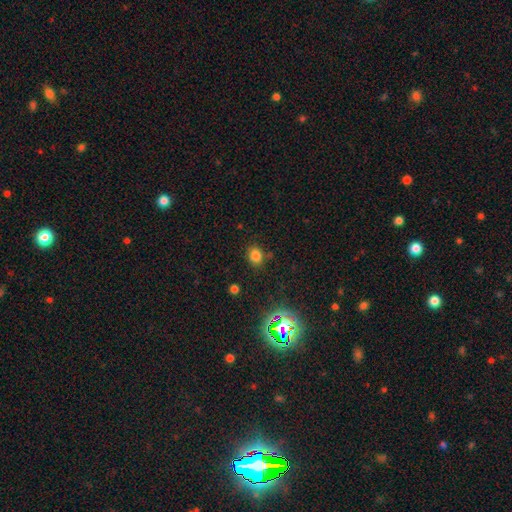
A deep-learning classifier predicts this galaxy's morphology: The model was most divided on "how rounded": round: 51%, in between: 48%, cigar-shaped: 1%. More confident: merging — none (82%); smooth or featured — smooth (76%).